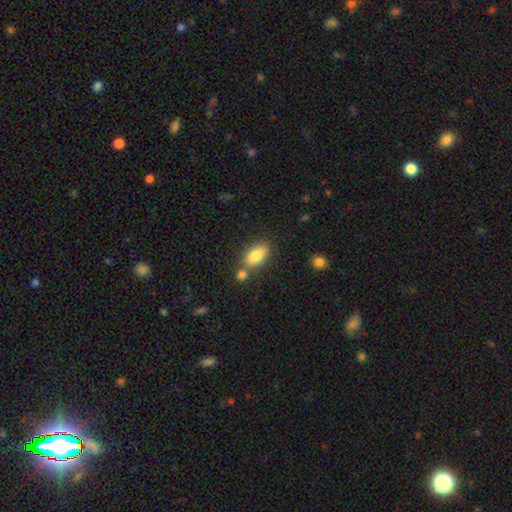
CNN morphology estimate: Smooth or featured? smooth (84%)
How rounded? in between (89%)
Merging? none (63%)